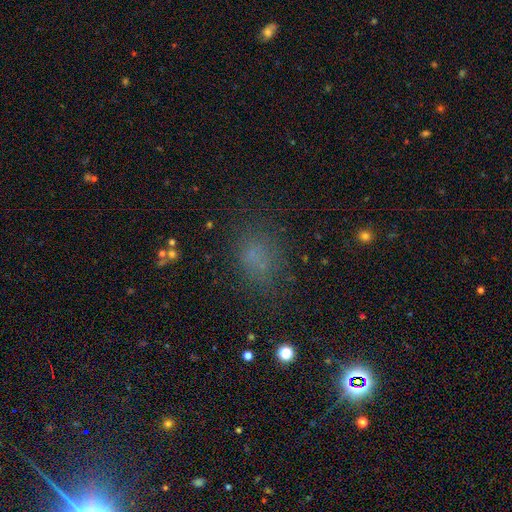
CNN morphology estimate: This is likely a smooth galaxy (62%). How rounded: possibly in between (55%). Merging: likely none (71%).